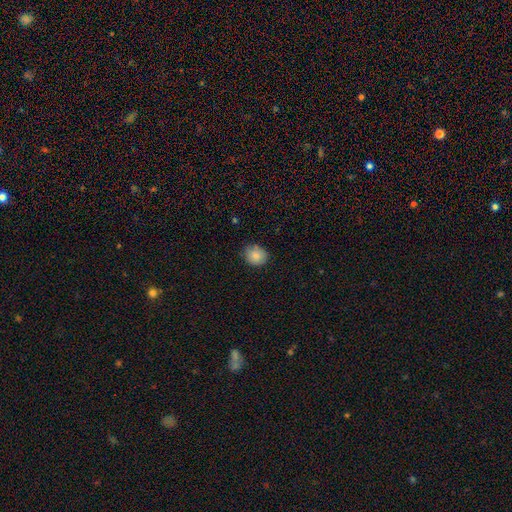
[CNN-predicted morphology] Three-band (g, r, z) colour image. It shows a smooth galaxy with no disk features (85%) that is round (68%). Merging: none (78%).